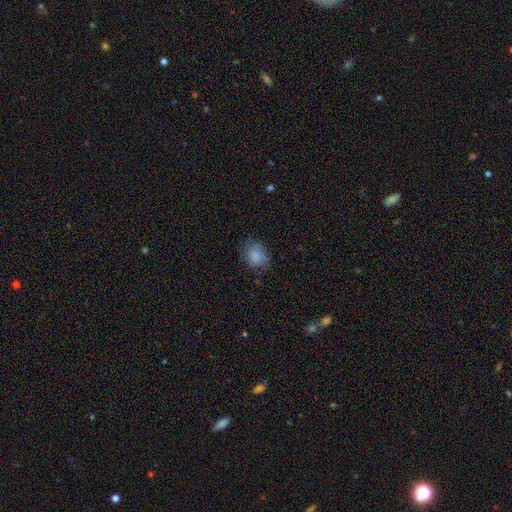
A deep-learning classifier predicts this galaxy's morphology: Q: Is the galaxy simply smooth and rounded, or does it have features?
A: smooth — 81%.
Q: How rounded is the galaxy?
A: in between — 58%.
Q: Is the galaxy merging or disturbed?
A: none — 65%.